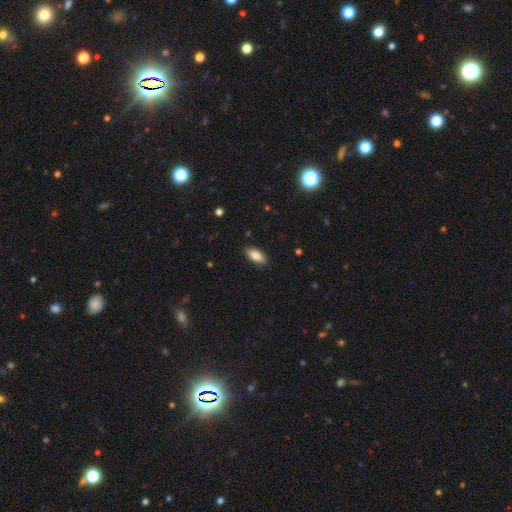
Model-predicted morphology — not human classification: smooth-or-featured: smooth: 84% | featured or disk: 9% | star or artifact: 7%
  how-rounded: in between: 89% | cigar-shaped: 9% | round: 2%
  merging: none: 88% | minor disturbance: 9% | major disturbance: 2% | merger: 1%